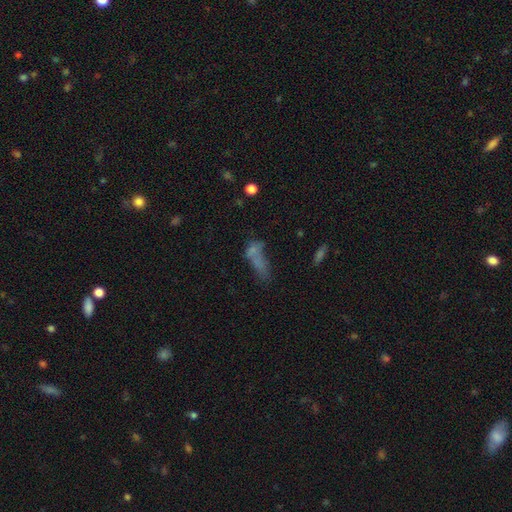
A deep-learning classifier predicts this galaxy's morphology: Q: Smooth or featured?
A: smooth (55%); runner-up: featured or disk (25%)
Q: How rounded?
A: in between (58%); runner-up: cigar-shaped (35%)
Q: Merging?
A: none (31%); runner-up: merger (30%)